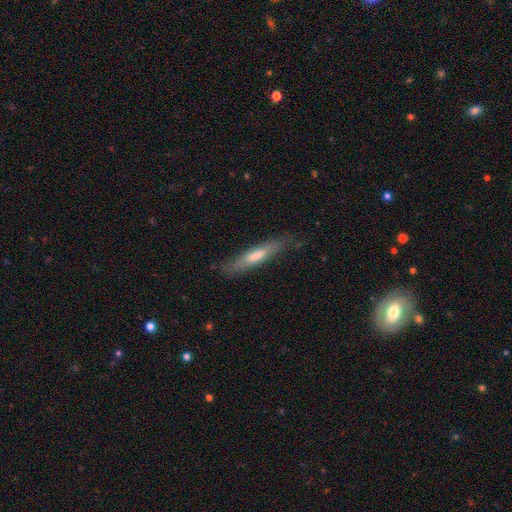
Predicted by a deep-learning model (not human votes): Q: Smooth or featured?
A: smooth (57%); runner-up: featured or disk (37%)
Q: How rounded?
A: cigar-shaped (88%); runner-up: in between (10%)
Q: Merging?
A: none (79%); runner-up: minor disturbance (16%)